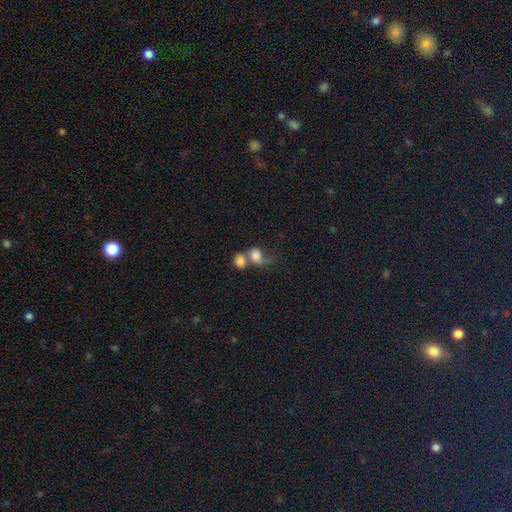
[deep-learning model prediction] Smooth or featured?
  - smooth: 72% *
  - featured or disk: 19%
  - star or artifact: 9%
How rounded?
  - round: 54% *
  - in between: 44%
  - cigar-shaped: 2%
Merging?
  - merger: 69% *
  - none: 13%
  - major disturbance: 11%
  - minor disturbance: 7%